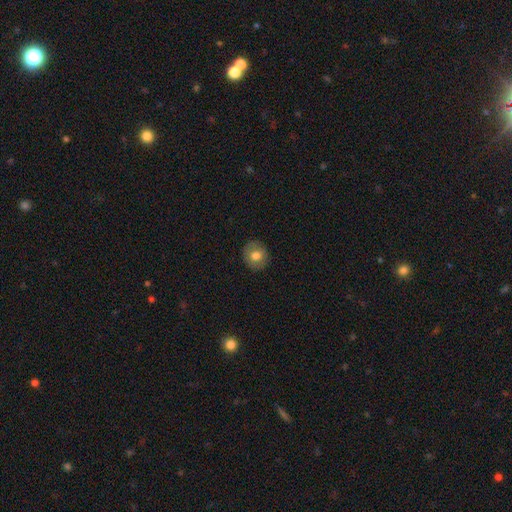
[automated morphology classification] This appears to be a smooth galaxy with no disk features (73%) that is round (85%). Merging: none (88%).